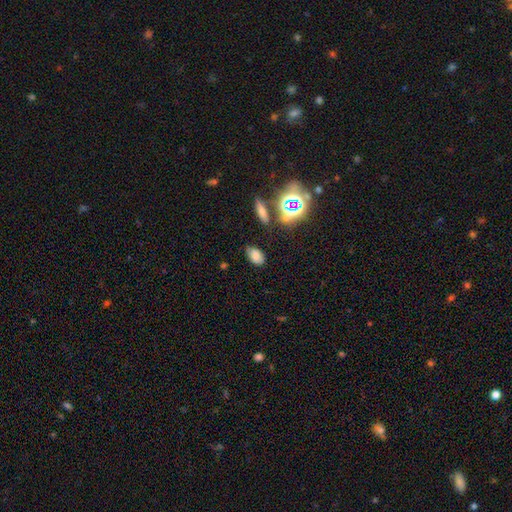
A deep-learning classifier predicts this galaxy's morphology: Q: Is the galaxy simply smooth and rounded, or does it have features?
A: smooth — 71%.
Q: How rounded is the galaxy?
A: in between — 89%.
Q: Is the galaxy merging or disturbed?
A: none — 76%.